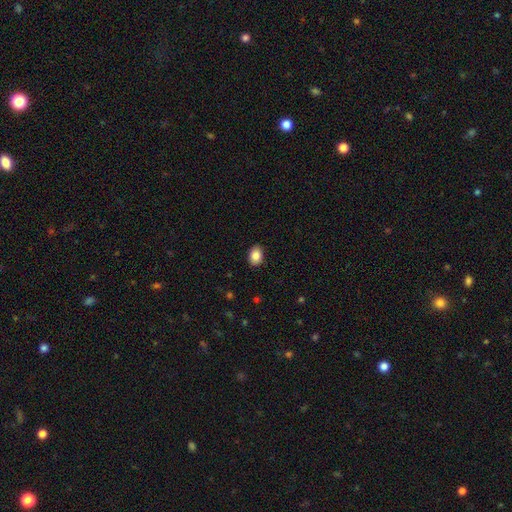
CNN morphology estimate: Smooth or featured? Predicted: smooth (p=0.87). How rounded? Predicted: in between (p=0.76). Merging? Predicted: none (p=0.89).